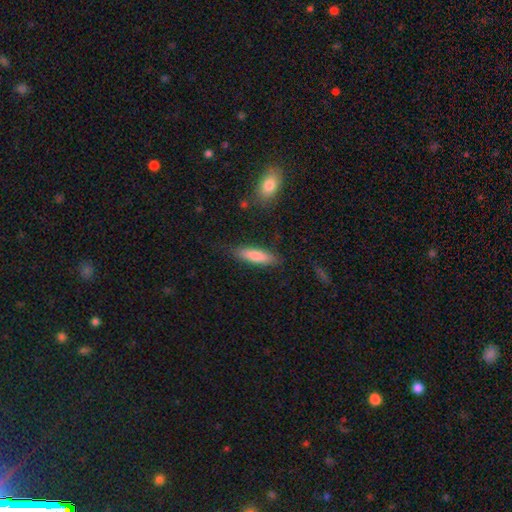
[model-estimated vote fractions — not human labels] smooth-or-featured: smooth: 80% | featured or disk: 14% | star or artifact: 6%
  how-rounded: cigar-shaped: 66% | in between: 33% | round: 2%
  merging: none: 83% | minor disturbance: 12% | major disturbance: 3% | merger: 2%